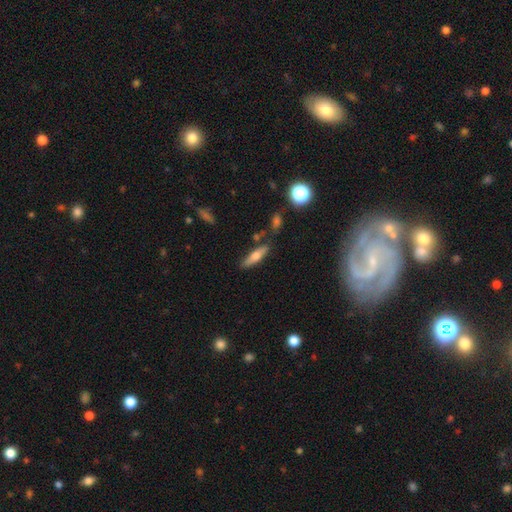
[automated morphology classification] This is possibly a smooth galaxy (59%). How rounded: likely cigar-shaped (67%). Merging: likely none (77%).